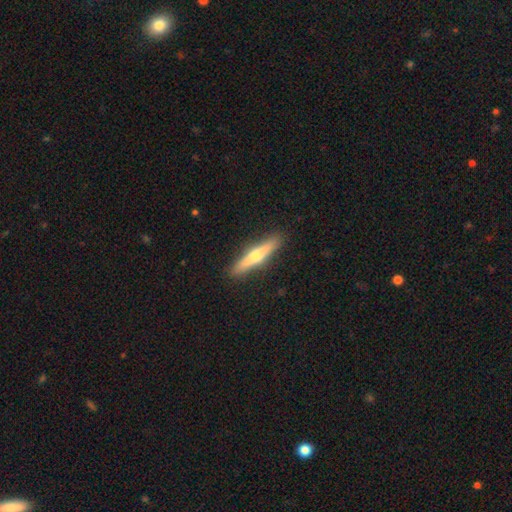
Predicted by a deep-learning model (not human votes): featured or disk 51%, smooth 43%, star or artifact 6%. Down the decision tree: edge-on disk — yes (95%); merging — none (91%).